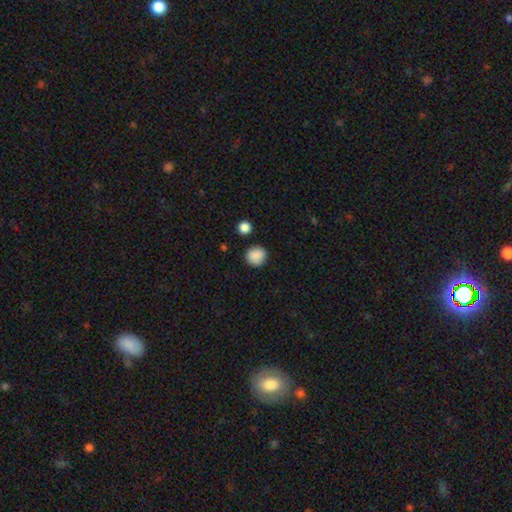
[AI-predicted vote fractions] smooth 88%, star or artifact 9%, featured or disk 4%. Down the decision tree: how rounded — round (88%); merging — none (84%).